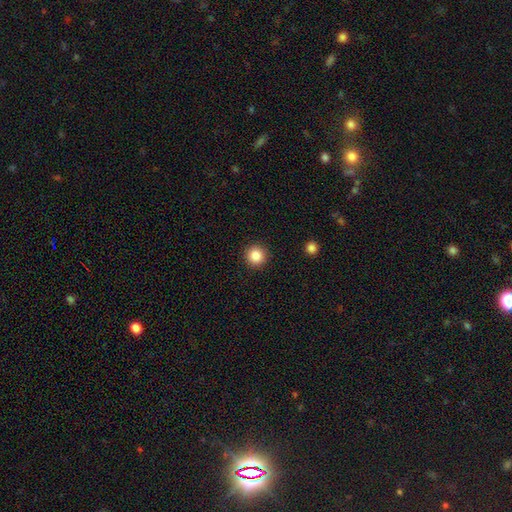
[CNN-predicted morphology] A smooth galaxy with no disk features (86%) that is round (95%).

Vote fractions:
- Smooth or featured? smooth: 86% / star or artifact: 10% / featured or disk: 4%
- How rounded? round: 95% / in between: 4% / cigar-shaped: 1%
- Merging? none: 92% / minor disturbance: 5% / major disturbance: 2% / merger: 1%